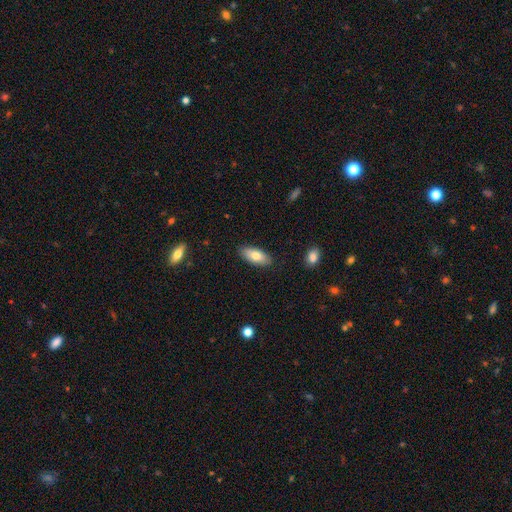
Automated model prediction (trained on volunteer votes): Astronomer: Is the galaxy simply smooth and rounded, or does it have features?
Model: smooth — 78%.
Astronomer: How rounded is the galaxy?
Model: in between — 86%.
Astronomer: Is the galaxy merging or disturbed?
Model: none — 87%.